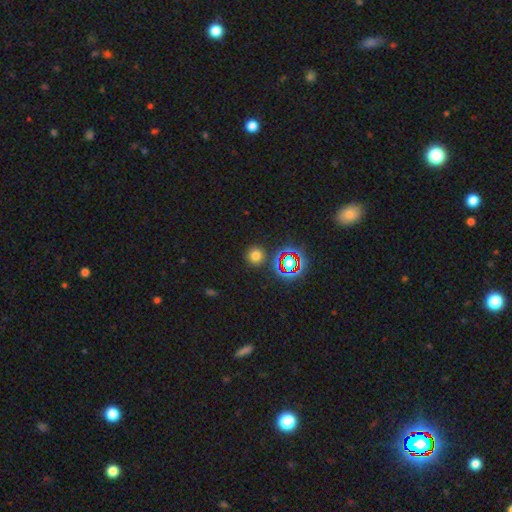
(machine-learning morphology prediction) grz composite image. It shows a smooth galaxy with no disk features (69%) that is round (94%). Merging: none (87%).